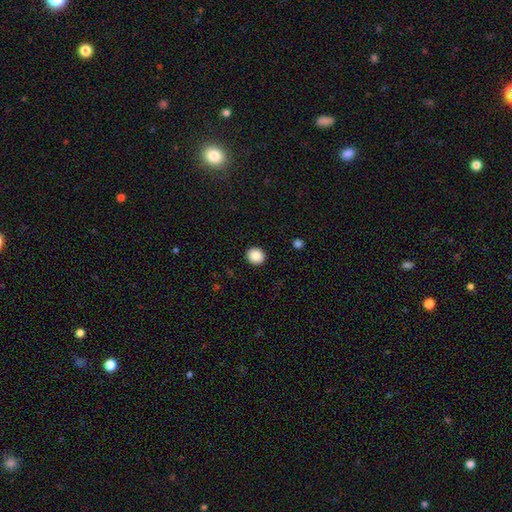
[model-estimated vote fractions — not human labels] The model was most divided on "how rounded": round: 84%, in between: 15%, cigar-shaped: 1%. More confident: merging — none (92%); smooth or featured — smooth (88%).